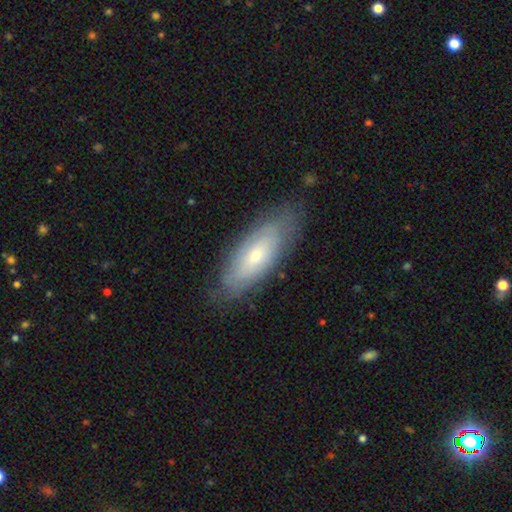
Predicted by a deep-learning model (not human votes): This is possibly a featured or disk galaxy (50%). Merging: likely none (75%).